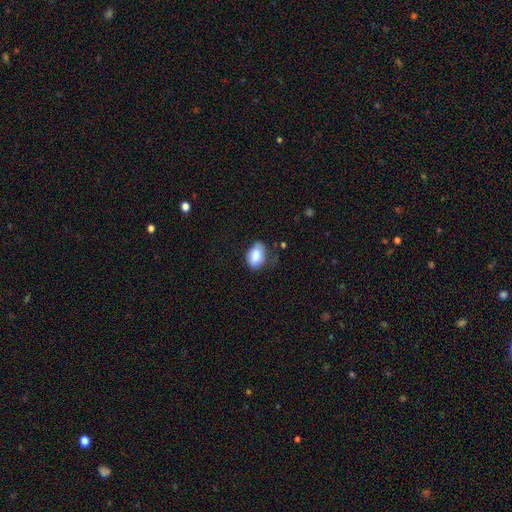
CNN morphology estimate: smooth_or_featured: smooth (p=0.81) [alt: featured or disk p=0.12]
how_rounded: in between (p=0.87) [alt: round p=0.11]
merging: none (p=0.53) [alt: minor disturbance p=0.33]